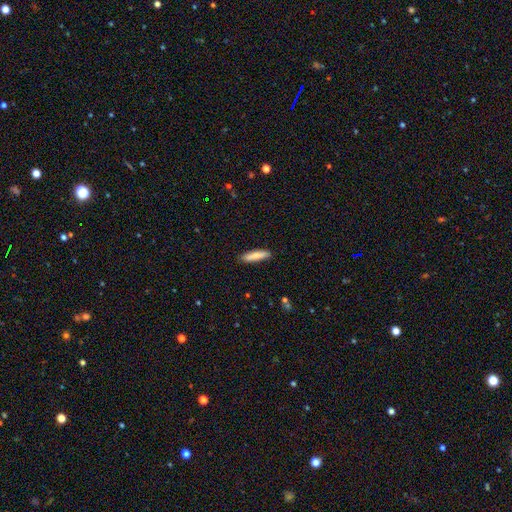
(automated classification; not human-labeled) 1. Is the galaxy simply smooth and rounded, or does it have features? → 80% smooth, 14% featured or disk, 6% star or artifact.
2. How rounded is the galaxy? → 80% cigar-shaped, 18% in between, 1% round.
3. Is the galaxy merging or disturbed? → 89% none, 8% minor disturbance, 2% major disturbance, 1% merger.